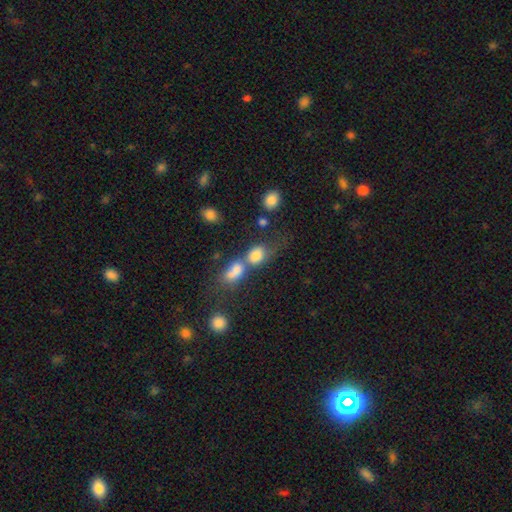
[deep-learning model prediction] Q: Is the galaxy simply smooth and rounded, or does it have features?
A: smooth — 79%.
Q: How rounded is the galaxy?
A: in between — 62%.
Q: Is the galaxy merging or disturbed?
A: merger — 62%.